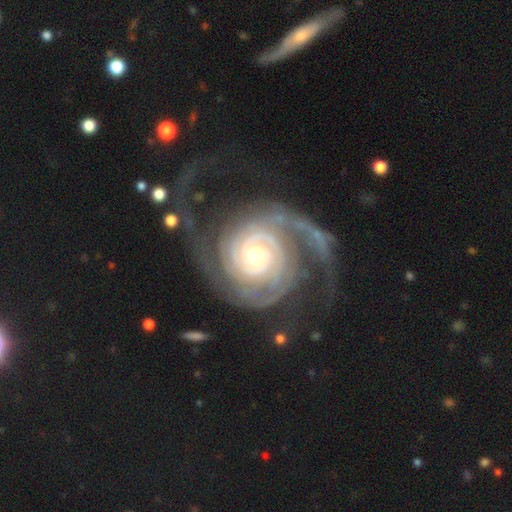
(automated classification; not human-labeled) Q: Smooth or featured?
A: featured or disk (92%); runner-up: smooth (4%)
Q: Edge-on disk?
A: no (98%); runner-up: yes (2%)
Q: Bar?
A: no (72%); runner-up: weak (20%)
Q: Spiral arms?
A: yes (98%); runner-up: no (2%)
Q: Spiral winding?
A: tight (74%); runner-up: medium (18%)
Q: Spiral arm count?
A: 2 (36%); runner-up: can't tell (18%)
Q: Bulge size?
A: moderate (63%); runner-up: small (28%)
Q: Merging?
A: none (46%); runner-up: major disturbance (35%)